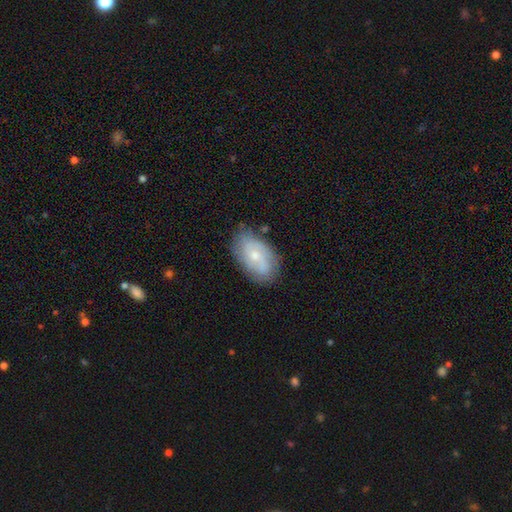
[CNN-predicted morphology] featured or disk 55%, smooth 39%, star or artifact 7%. Down the decision tree: edge-on disk — no (94%); bar — no (71%); spiral arms — yes (76%); bulge size — small (50%); merging — none (71%).